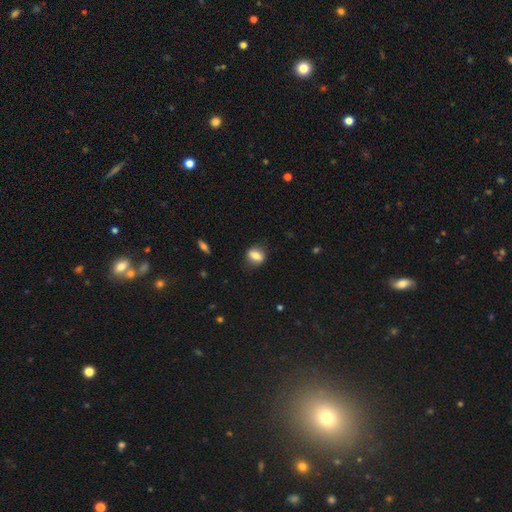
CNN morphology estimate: type=smooth (69%); roundness=in between (58%); merging=none (80%).